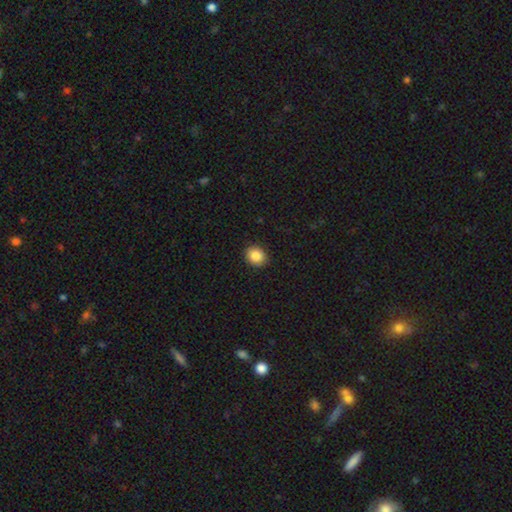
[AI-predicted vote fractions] A smooth galaxy with no disk features (86%) that is round (69%).

Vote fractions:
- Smooth or featured? smooth: 86% / star or artifact: 9% / featured or disk: 5%
- How rounded? round: 69% / in between: 30% / cigar-shaped: 1%
- Merging? none: 91% / minor disturbance: 6% / major disturbance: 2% / merger: 1%